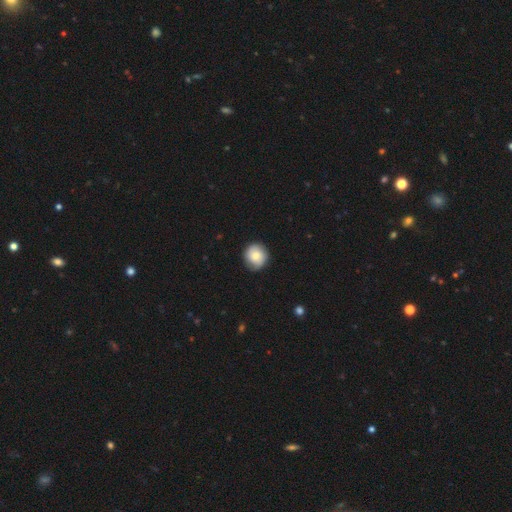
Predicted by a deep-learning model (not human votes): This appears to be a smooth galaxy with no disk features (72%) that is round (89%). Merging: none (82%).